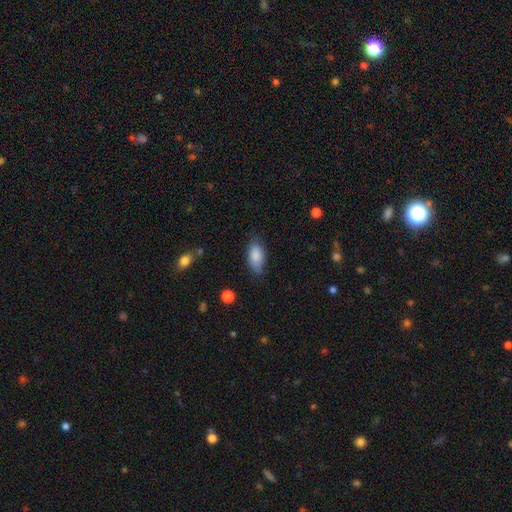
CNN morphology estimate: Smooth or featured: smooth — 86% (featured or disk — 7%)
How rounded: in between — 91% (cigar-shaped — 6%)
Merging: none — 72% (minor disturbance — 22%)